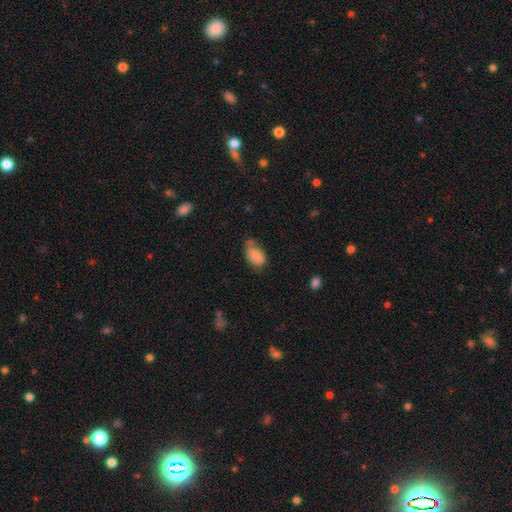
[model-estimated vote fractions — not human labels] A smooth galaxy with no disk features (78%) that is in between round and cigar-shaped (89%). Merging: none (46%).